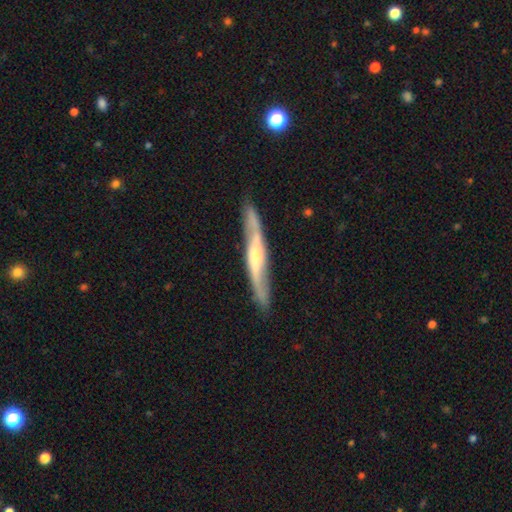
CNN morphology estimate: This appears to be a featured or disk galaxy (68%) viewed edge-on (64%). Merging: none (81%).